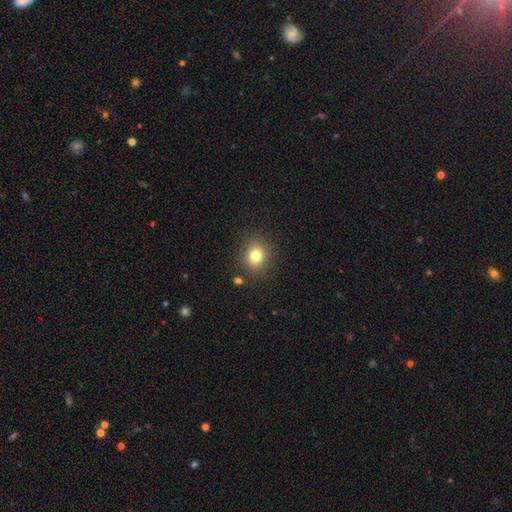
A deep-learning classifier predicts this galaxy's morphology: This appears to be a smooth galaxy with no disk features (79%) that is round (75%). Merging: none (86%).